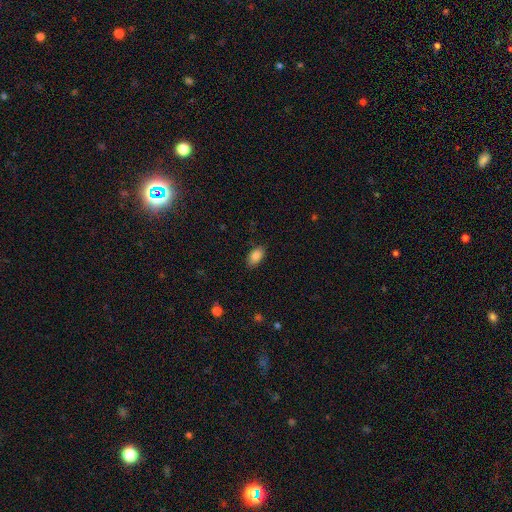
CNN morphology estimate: This appears to be a smooth galaxy with no disk features (87%) that is in between round and cigar-shaped (93%). Merging: none (86%).